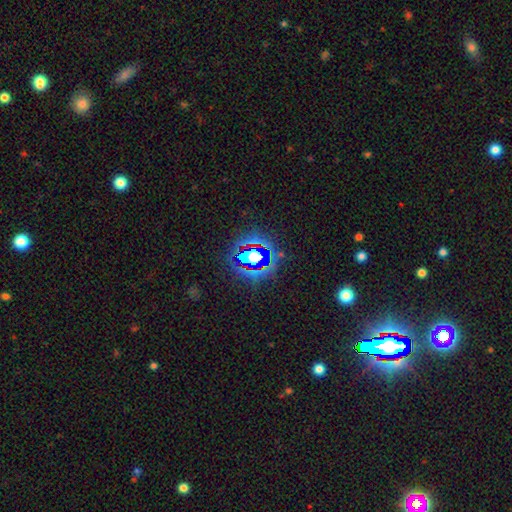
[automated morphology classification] Smooth or featured: star or artifact — 66% (smooth — 21%)